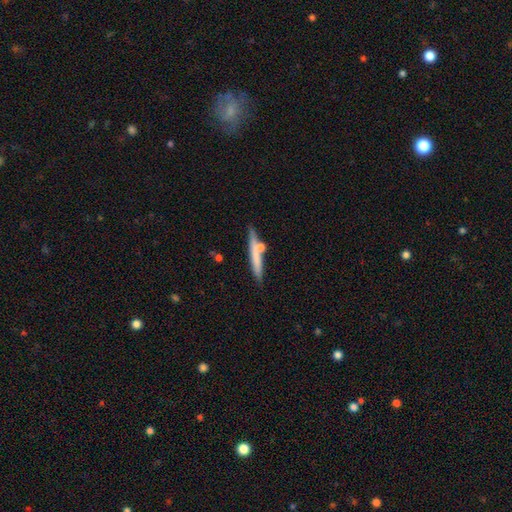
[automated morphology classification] This appears to be a smooth galaxy with no disk features (58%) that is cigar-shaped (91%). Merging: none (72%).